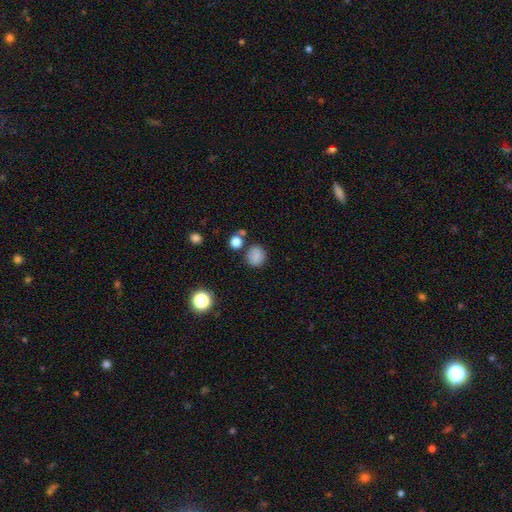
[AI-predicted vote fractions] Smooth or featured? smooth (82%)
How rounded? round (80%)
Merging? none (78%)